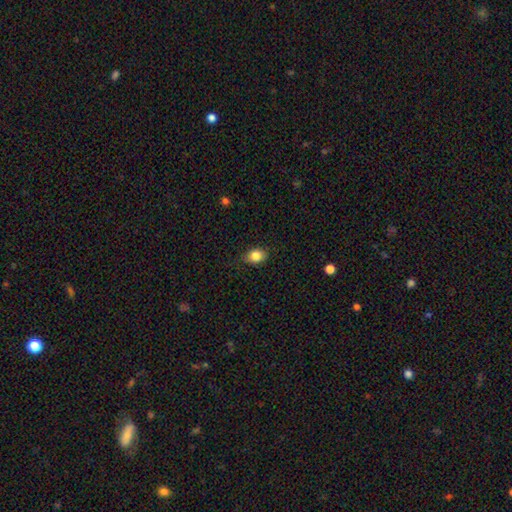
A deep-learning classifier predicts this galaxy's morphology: A smooth galaxy with no disk features (84%) that is in between round and cigar-shaped (69%).

Vote fractions:
- Smooth or featured? smooth: 84% / star or artifact: 9% / featured or disk: 7%
- How rounded? in between: 69% / round: 30% / cigar-shaped: 2%
- Merging? none: 79% / minor disturbance: 17% / major disturbance: 3% / merger: 1%